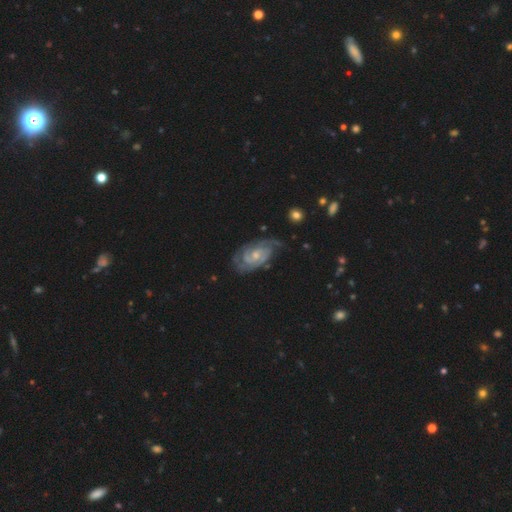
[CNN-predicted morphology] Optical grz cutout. It shows a featured or disk galaxy (89%) with no bar (56%), 2 (52%) tight (64%) spiral arms (97%) and a small central bulge (53%). Merging: none (68%).